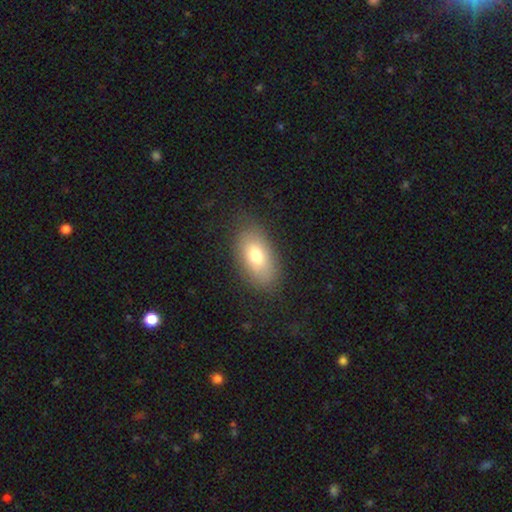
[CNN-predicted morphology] Q: Smooth or featured?
A: smooth (76%); runner-up: featured or disk (16%)
Q: How rounded?
A: in between (91%); runner-up: round (6%)
Q: Merging?
A: none (80%); runner-up: minor disturbance (14%)